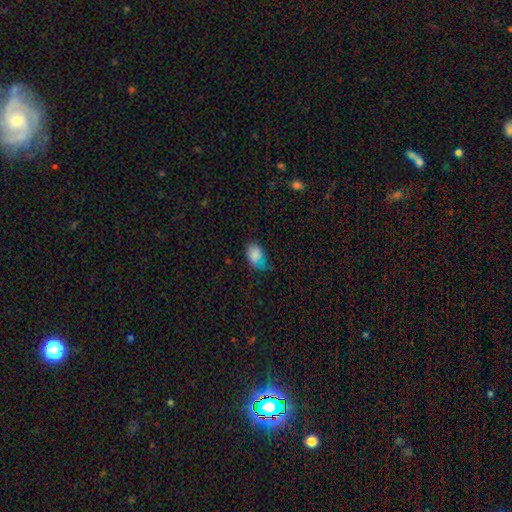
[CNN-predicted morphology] Smooth or featured?
  - smooth: 80% *
  - star or artifact: 12%
  - featured or disk: 8%
How rounded?
  - in between: 83% *
  - round: 16%
  - cigar-shaped: 1%
Merging?
  - none: 46% *
  - minor disturbance: 37%
  - major disturbance: 15%
  - merger: 3%